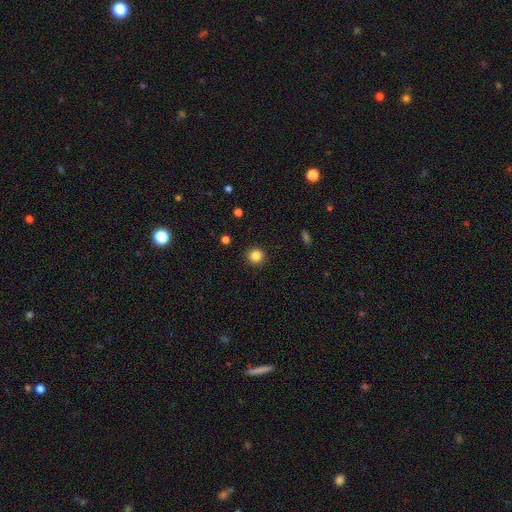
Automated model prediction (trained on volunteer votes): This appears to be a smooth galaxy with no disk features (84%) that is round (93%). Merging: none (92%).